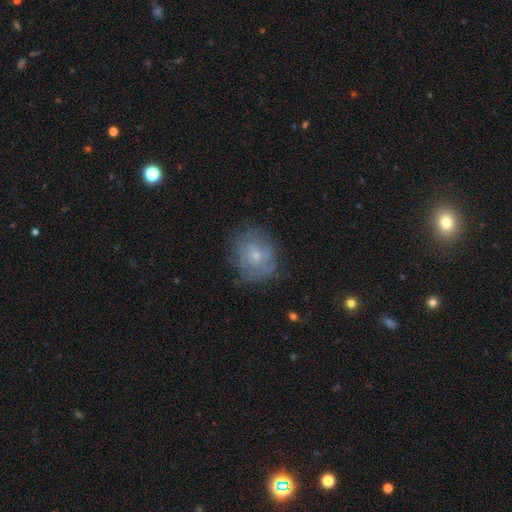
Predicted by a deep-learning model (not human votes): Smooth or featured?
  - smooth: 49% *
  - featured or disk: 41%
  - star or artifact: 10%
Merging?
  - none: 68% *
  - minor disturbance: 21%
  - major disturbance: 10%
  - merger: 1%